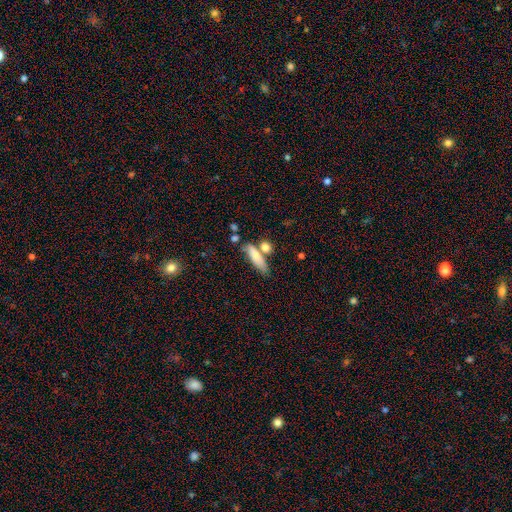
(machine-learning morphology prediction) smooth 79%, featured or disk 14%, star or artifact 7%. Down the decision tree: how rounded — cigar-shaped (55%); merging — none (57%).